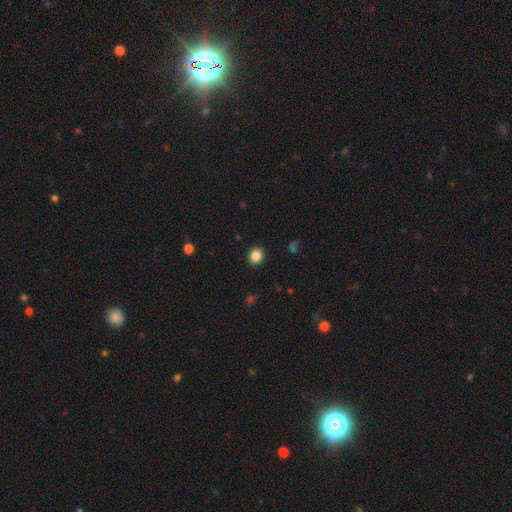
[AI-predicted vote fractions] Smooth or featured: smooth — 86% (star or artifact — 10%)
How rounded: round — 84% (in between — 15%)
Merging: none — 91% (minor disturbance — 6%)